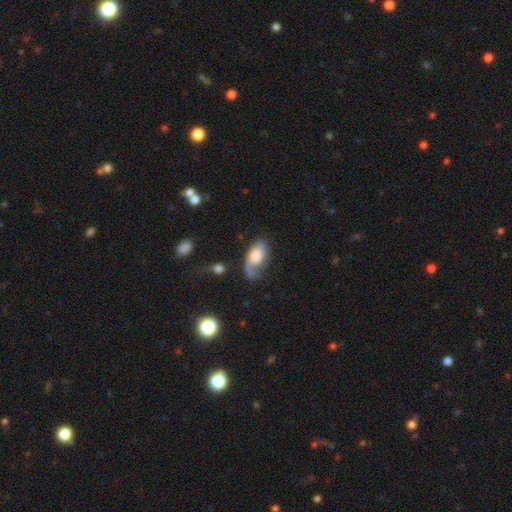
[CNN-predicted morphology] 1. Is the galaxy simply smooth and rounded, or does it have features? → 58% smooth, 35% featured or disk, 7% star or artifact.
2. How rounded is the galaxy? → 91% in between, 5% cigar-shaped, 4% round.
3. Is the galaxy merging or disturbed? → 45% none, 28% minor disturbance, 22% major disturbance, 5% merger.